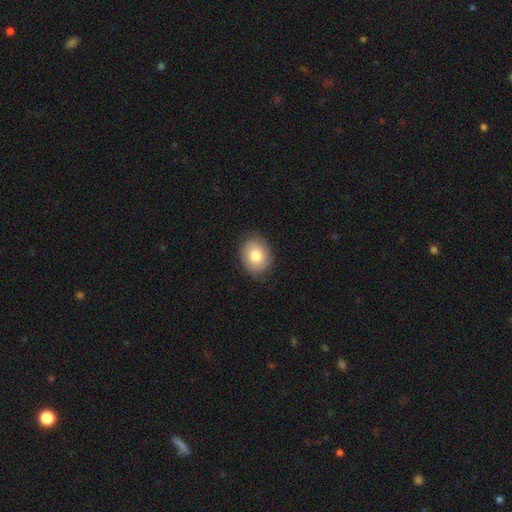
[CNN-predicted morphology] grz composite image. It shows a smooth galaxy with no disk features (79%) that is in between round and cigar-shaped (54%). Merging: none (84%).